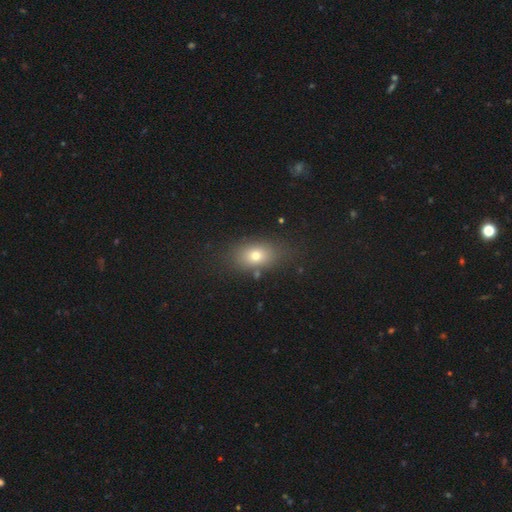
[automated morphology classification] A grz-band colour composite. It shows a smooth galaxy with no disk features (72%) that is in between round and cigar-shaped (78%). Merging: none (78%).